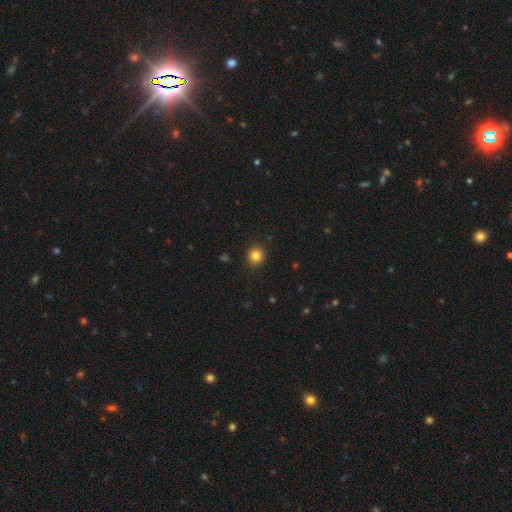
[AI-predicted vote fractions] Smooth or featured?
  - smooth: 83% *
  - star or artifact: 12%
  - featured or disk: 5%
How rounded?
  - round: 88% *
  - in between: 11%
  - cigar-shaped: 1%
Merging?
  - none: 91% *
  - minor disturbance: 6%
  - major disturbance: 2%
  - merger: 1%